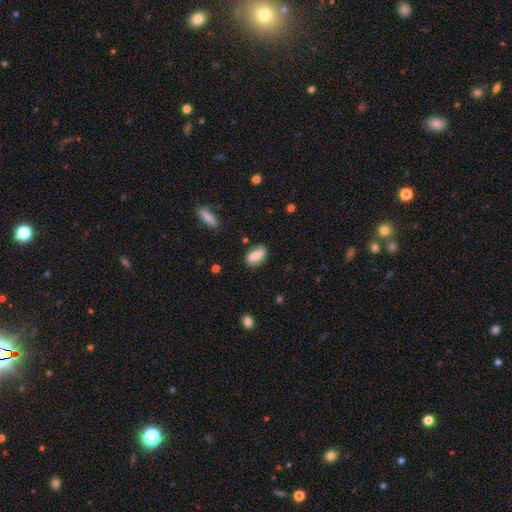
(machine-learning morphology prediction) This appears to be a smooth galaxy with no disk features (74%) that is in between round and cigar-shaped (86%). Merging: none (73%).